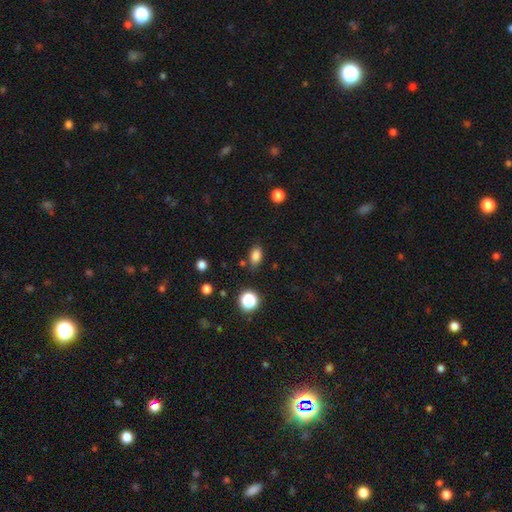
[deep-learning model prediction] Morphology: type=smooth (82%); roundness=in between (83%); merging=none (78%).